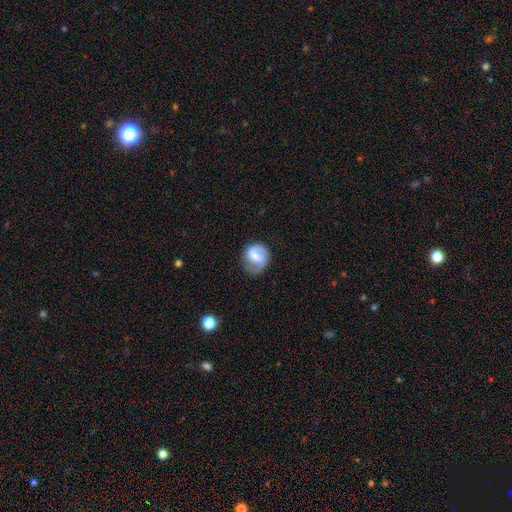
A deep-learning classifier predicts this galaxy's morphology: smooth_or_featured: featured or disk (p=0.56) [alt: smooth p=0.37]
disk_edge_on: no (p=0.97) [alt: yes p=0.03]
bar: weak (p=0.47) [alt: strong p=0.34]
has_spiral_arms: yes (p=0.78) [alt: no p=0.22]
bulge_size: moderate (p=0.42) [alt: small p=0.37]
merging: none (p=0.64) [alt: minor disturbance p=0.23]